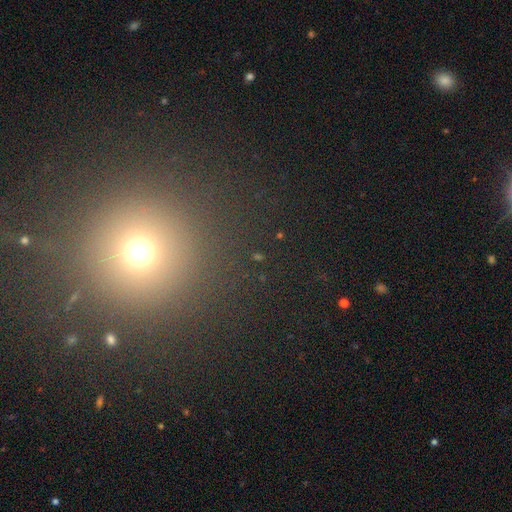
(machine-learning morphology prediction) A smooth galaxy with no disk features (56%) that is round (94%). Merging: none (88%).